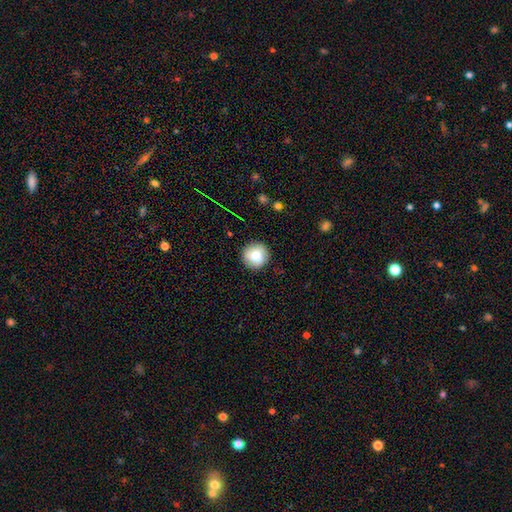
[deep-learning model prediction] This appears to be a smooth galaxy with no disk features (80%) that is round (95%). Merging: none (90%).